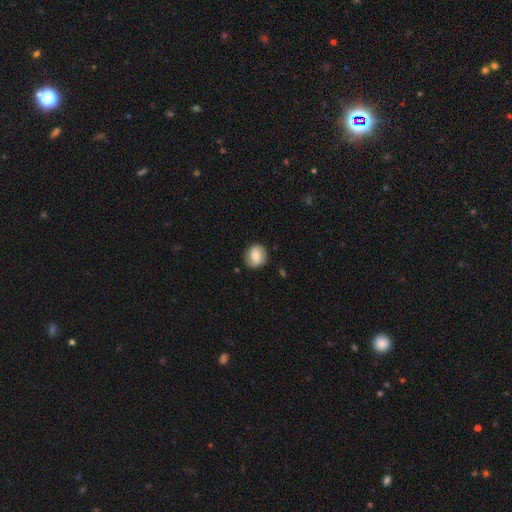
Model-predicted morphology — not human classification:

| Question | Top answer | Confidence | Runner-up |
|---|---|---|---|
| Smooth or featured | smooth | 73% | featured or disk (20%) |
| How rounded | round | 83% | in between (16%) |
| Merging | none | 86% | minor disturbance (10%) |